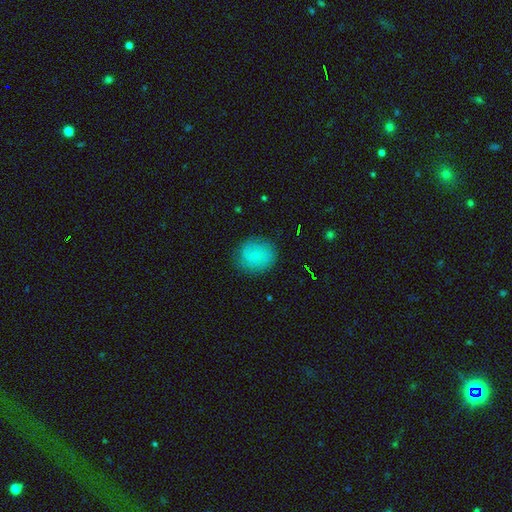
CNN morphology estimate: smooth 71%, featured or disk 19%, star or artifact 10%. Down the decision tree: how rounded — round (82%); merging — none (80%).